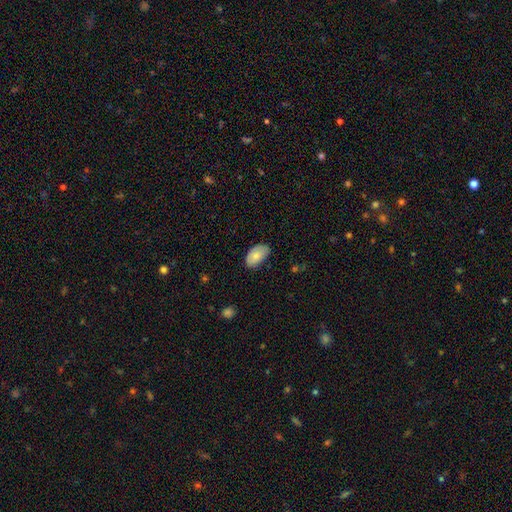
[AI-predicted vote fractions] Q: Smooth or featured?
A: smooth (79%); runner-up: featured or disk (14%)
Q: How rounded?
A: in between (94%); runner-up: round (5%)
Q: Merging?
A: none (72%); runner-up: minor disturbance (23%)